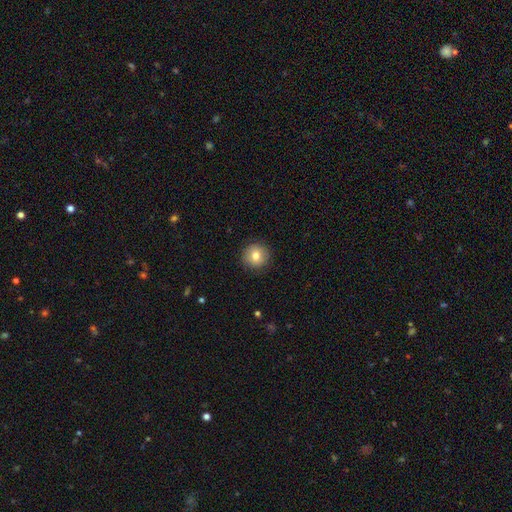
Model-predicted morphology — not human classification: Smooth or featured? Predicted: smooth (p=0.80). How rounded? Predicted: round (p=0.93). Merging? Predicted: none (p=0.90).